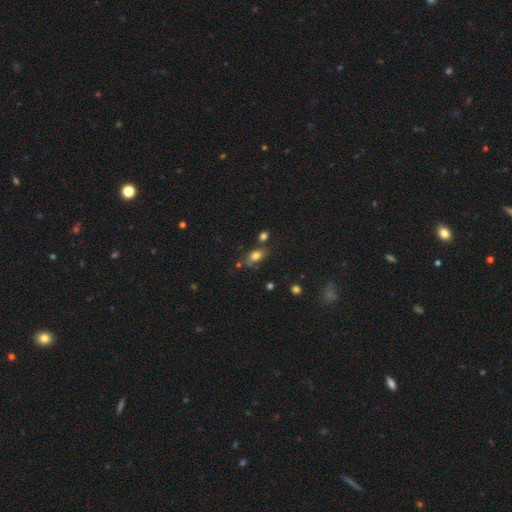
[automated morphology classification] smooth 78%, star or artifact 13%, featured or disk 10%. Down the decision tree: how rounded — in between (79%); merging — none (61%).